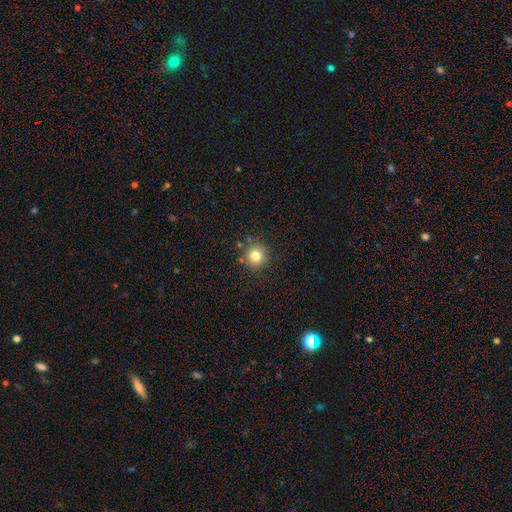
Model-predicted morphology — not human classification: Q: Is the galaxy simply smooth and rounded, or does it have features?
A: smooth — 80%.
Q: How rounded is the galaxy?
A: round — 93%.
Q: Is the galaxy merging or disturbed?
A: none — 85%.